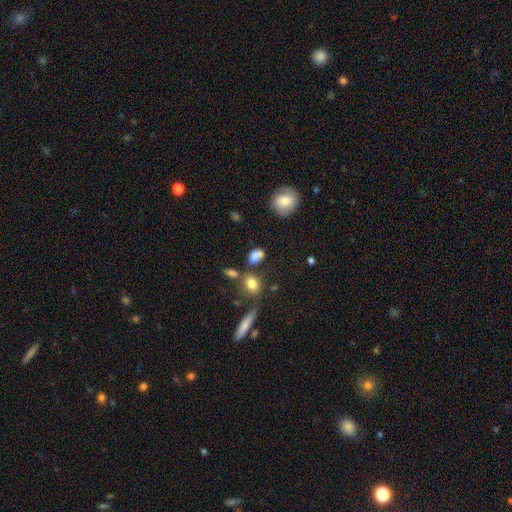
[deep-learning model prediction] Smooth or featured? Predicted: smooth (p=0.79). How rounded? Predicted: in between (p=0.71). Merging? Predicted: none (p=0.50).